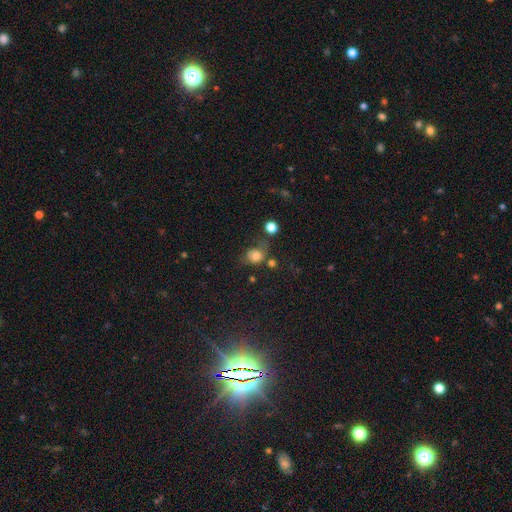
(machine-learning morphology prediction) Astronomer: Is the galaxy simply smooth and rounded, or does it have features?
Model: smooth — 75%.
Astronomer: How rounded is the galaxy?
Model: round — 66%.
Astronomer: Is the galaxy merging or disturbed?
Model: none — 42% (runner-up: minor disturbance, 26%).